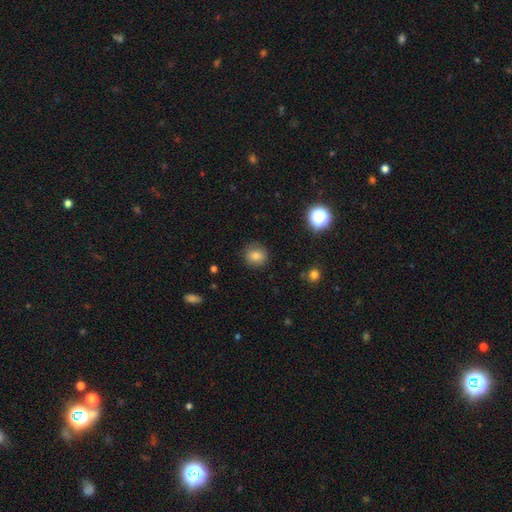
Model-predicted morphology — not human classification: The model was most divided on "smooth or featured": smooth: 80%, star or artifact: 12%, featured or disk: 7%. More confident: how rounded — round (89%); merging — none (86%).